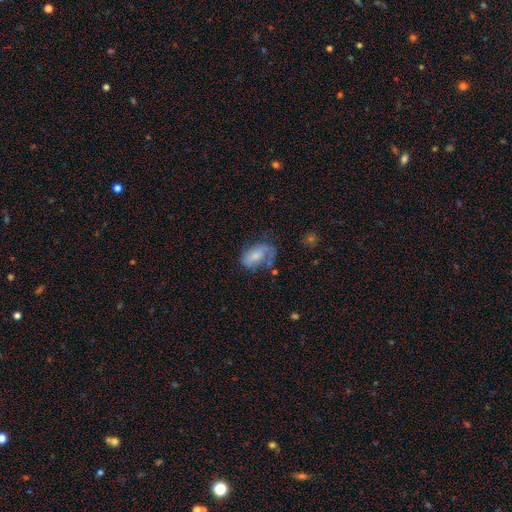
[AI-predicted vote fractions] Smooth or featured?
  - smooth: 52% *
  - featured or disk: 40%
  - star or artifact: 8%
How rounded?
  - in between: 89% *
  - round: 9%
  - cigar-shaped: 2%
Merging?
  - none: 45% *
  - minor disturbance: 30%
  - major disturbance: 20%
  - merger: 5%